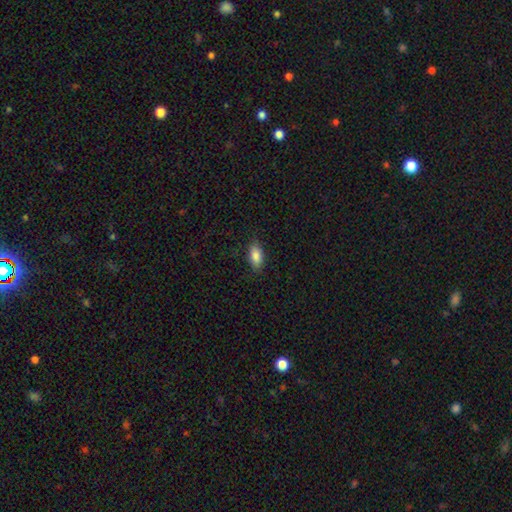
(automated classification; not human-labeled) smooth_or_featured: smooth (p=0.86) [alt: star or artifact p=0.07]
how_rounded: in between (p=0.89) [alt: cigar-shaped p=0.07]
merging: none (p=0.85) [alt: minor disturbance p=0.11]